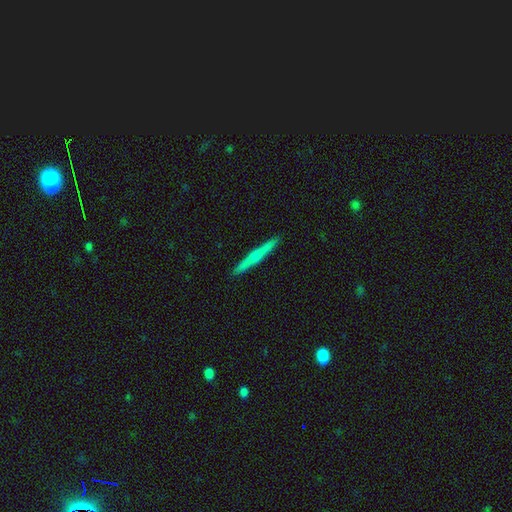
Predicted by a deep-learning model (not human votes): The model was most divided on "smooth or featured": smooth: 53%, featured or disk: 42%, star or artifact: 6%. More confident: how rounded — cigar-shaped (96%); merging — none (92%).